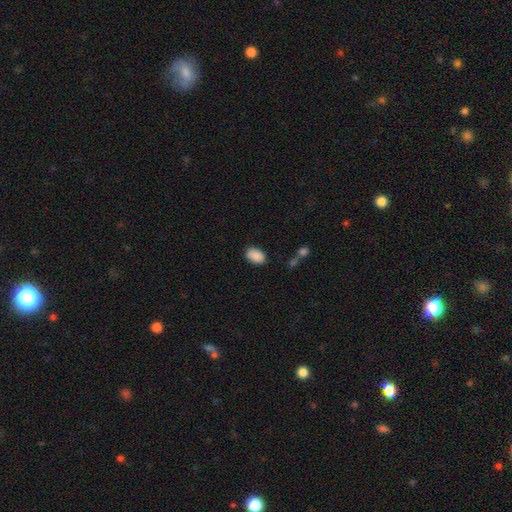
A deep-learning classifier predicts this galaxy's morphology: type=smooth (90%); roundness=in between (89%); merging=none (84%).